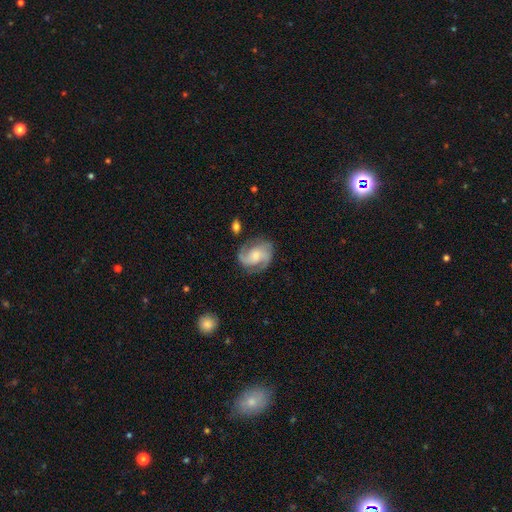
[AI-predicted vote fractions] This is clearly a featured or disk galaxy (81%). It is clearly not viewed edge-on (98%). Bar: possibly no (52%). Spiral arm pattern: clearly yes (96%). Spiral arm count: likely 2 (67%). Spiral winding: possibly medium (51%). Central bulge: marginally moderate (37%). Merging: likely none (72%).